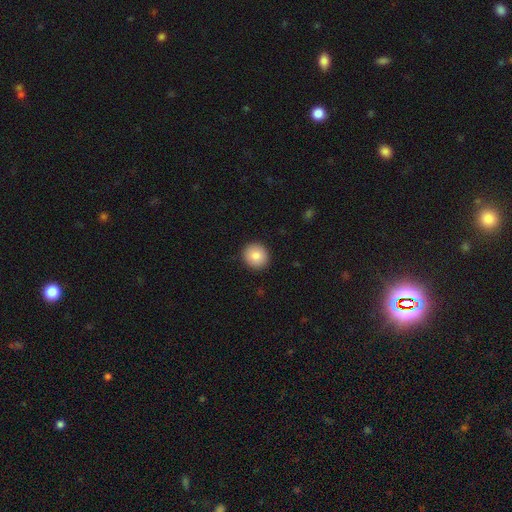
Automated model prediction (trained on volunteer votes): This is clearly a smooth galaxy (86%). How rounded: clearly round (90%). Merging: clearly none (92%).